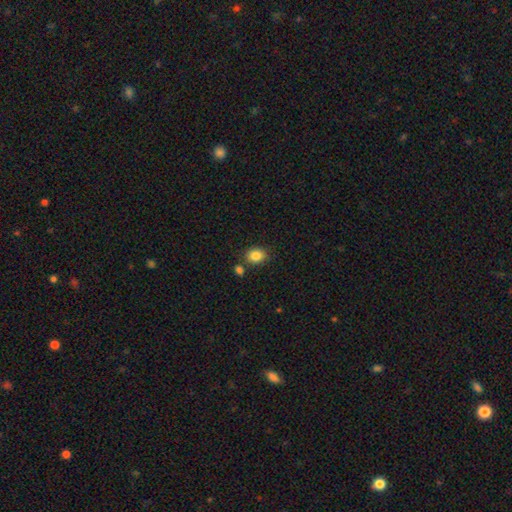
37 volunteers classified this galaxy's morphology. This appears to be a smooth galaxy with no disk features (89%) that is round (73%). Merging: none (72%).